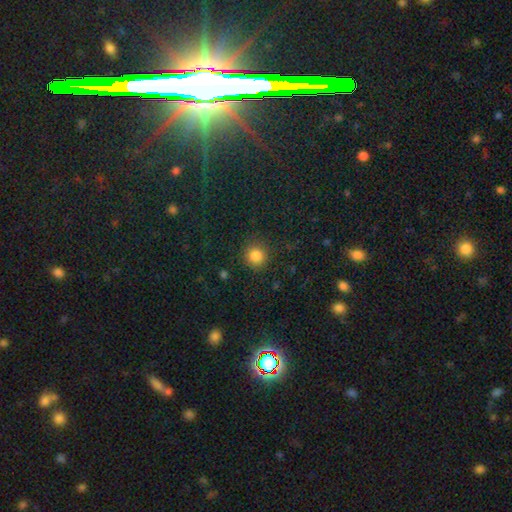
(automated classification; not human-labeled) Smooth or featured: smooth — 84% (star or artifact — 12%)
How rounded: round — 91% (in between — 8%)
Merging: none — 88% (minor disturbance — 7%)